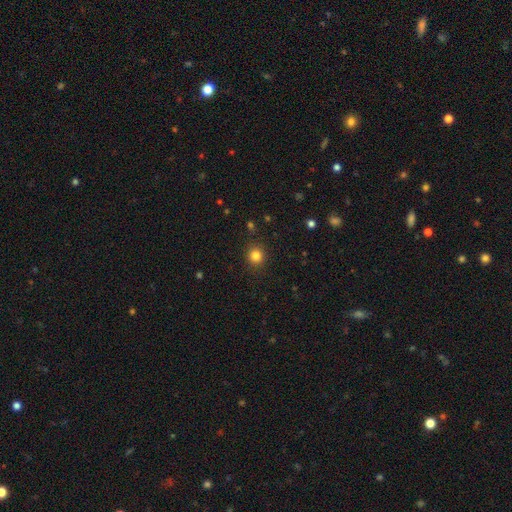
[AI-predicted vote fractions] A smooth galaxy with no disk features (83%) that is round (89%).

Vote fractions:
- Smooth or featured? smooth: 83% / star or artifact: 13% / featured or disk: 5%
- How rounded? round: 89% / in between: 11% / cigar-shaped: 1%
- Merging? none: 90% / minor disturbance: 7% / major disturbance: 2% / merger: 1%